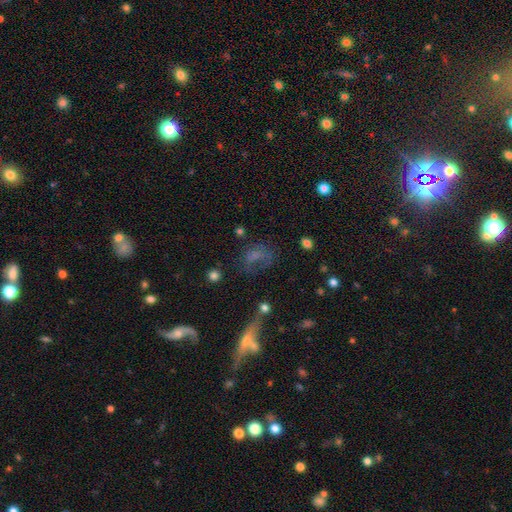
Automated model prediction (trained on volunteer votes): smooth-or-featured: smooth: 47% | featured or disk: 31% | star or artifact: 23%
  merging: none: 39% | major disturbance: 31% | minor disturbance: 22% | merger: 8%